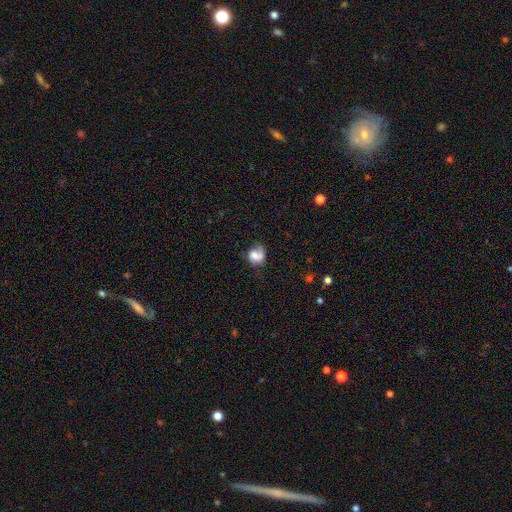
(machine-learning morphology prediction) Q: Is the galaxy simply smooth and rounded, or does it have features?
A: smooth — 56%.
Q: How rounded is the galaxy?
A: round — 51%.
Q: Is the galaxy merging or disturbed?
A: none — 39%.